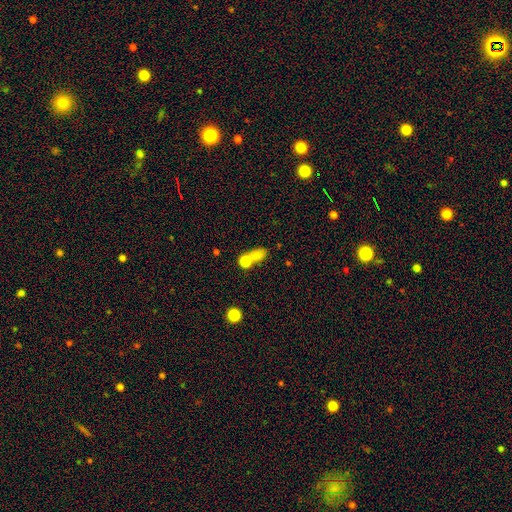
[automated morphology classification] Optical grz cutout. It shows a smooth galaxy with no disk features (76%) that is in between round and cigar-shaped (59%). Merging: merger (45%).